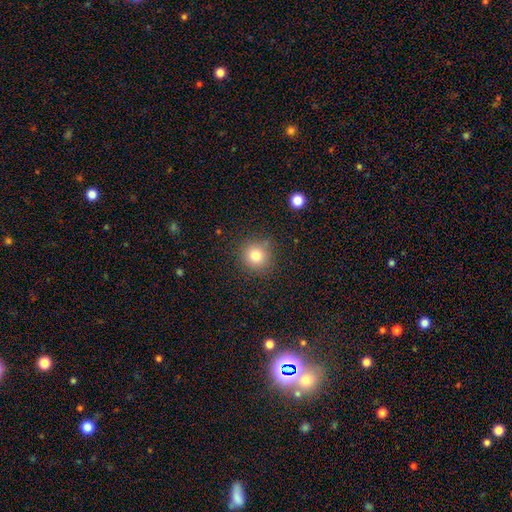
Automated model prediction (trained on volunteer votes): Morphology: type=smooth (80%); roundness=round (91%); merging=none (84%).